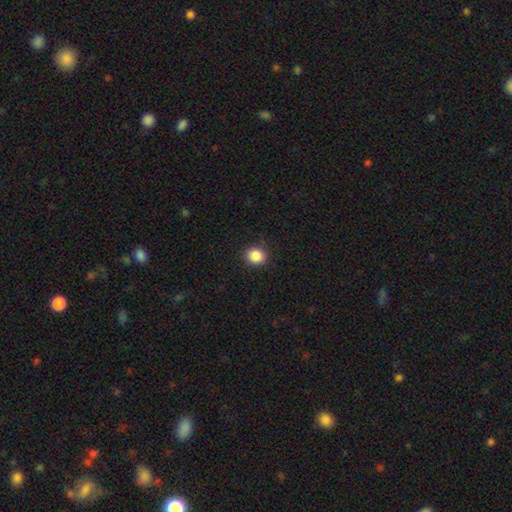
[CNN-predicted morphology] Smooth or featured?
  - smooth: 87% *
  - star or artifact: 10%
  - featured or disk: 3%
How rounded?
  - round: 86% *
  - in between: 13%
  - cigar-shaped: 1%
Merging?
  - none: 90% *
  - minor disturbance: 7%
  - major disturbance: 2%
  - merger: 1%